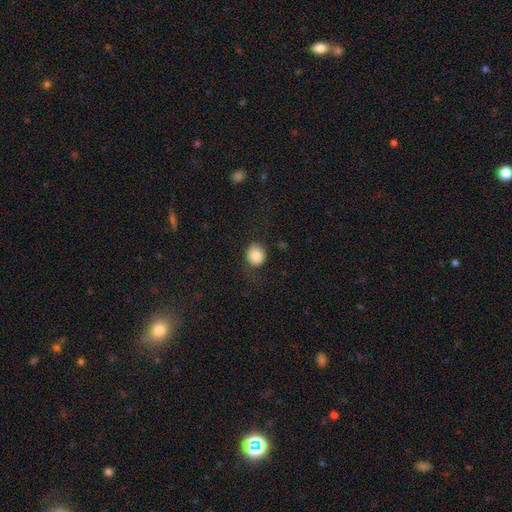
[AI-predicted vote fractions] Smooth or featured? Predicted: smooth (p=0.85). How rounded? Predicted: round (p=0.72). Merging? Predicted: none (p=0.77).